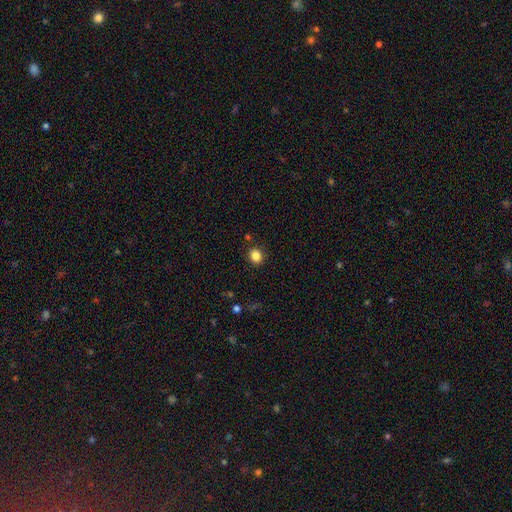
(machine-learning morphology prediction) smooth_or_featured: smooth (p=0.85) [alt: star or artifact p=0.11]
how_rounded: round (p=0.75) [alt: in between p=0.24]
merging: none (p=0.88) [alt: minor disturbance p=0.08]